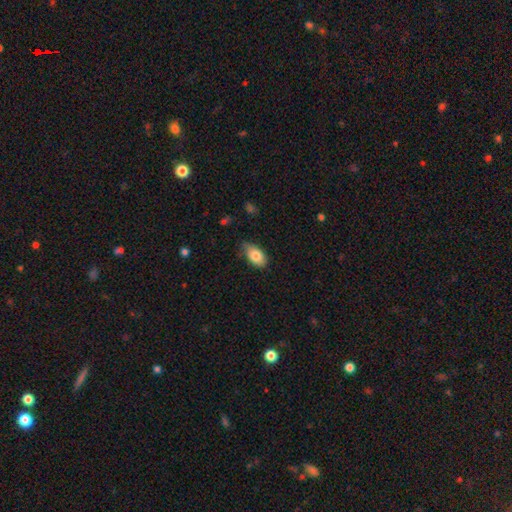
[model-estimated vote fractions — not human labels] smooth 80%, featured or disk 12%, star or artifact 7%. Down the decision tree: how rounded — in between (92%); merging — none (64%).